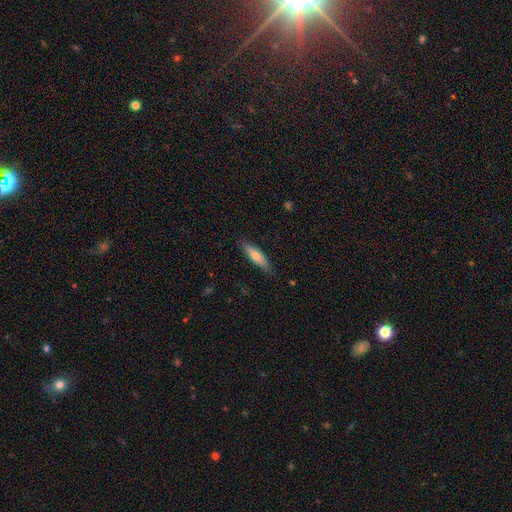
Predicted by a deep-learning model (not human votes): This is likely a smooth galaxy (66%). How rounded: likely cigar-shaped (70%). Merging: clearly none (85%).